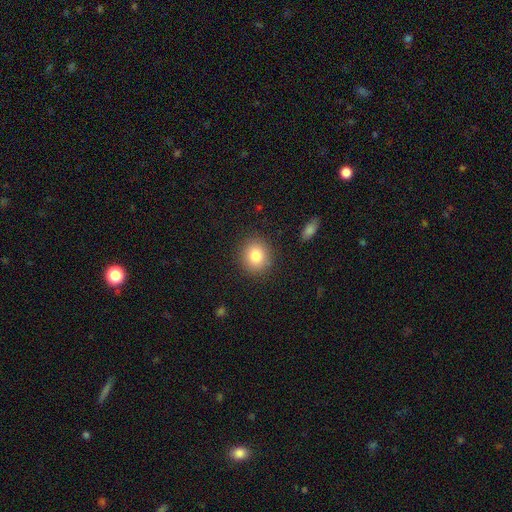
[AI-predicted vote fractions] The model was most divided on "how rounded": round: 81%, in between: 18%, cigar-shaped: 1%. More confident: merging — none (89%); smooth or featured — smooth (83%).